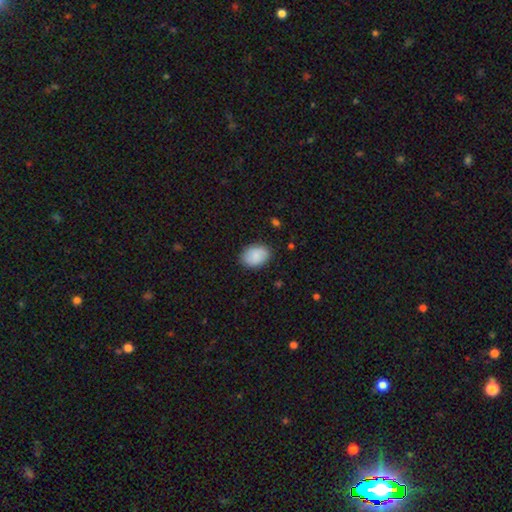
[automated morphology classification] smooth-or-featured: smooth: 89% | star or artifact: 6% | featured or disk: 4%
  how-rounded: in between: 75% | round: 24% | cigar-shaped: 1%
  merging: none: 87% | minor disturbance: 10% | major disturbance: 2% | merger: 1%